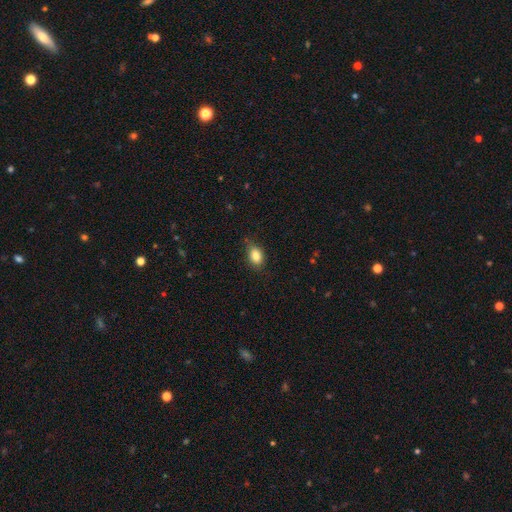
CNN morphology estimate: This is clearly a smooth galaxy (84%). How rounded: likely in between (77%). Merging: likely none (70%).